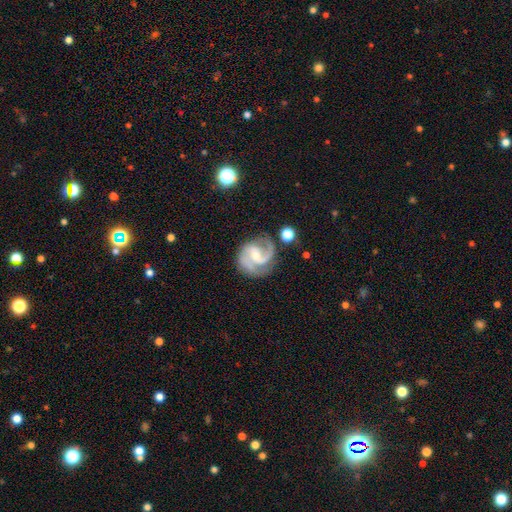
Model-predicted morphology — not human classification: This is clearly a featured or disk galaxy (89%). It is clearly not viewed edge-on (98%). Bar: possibly weak (48%). Spiral arm pattern: clearly yes (98%). Spiral arm count: clearly 2 (82%). Spiral winding: possibly medium (59%). Central bulge: possibly small (53%). Merging: likely none (70%).